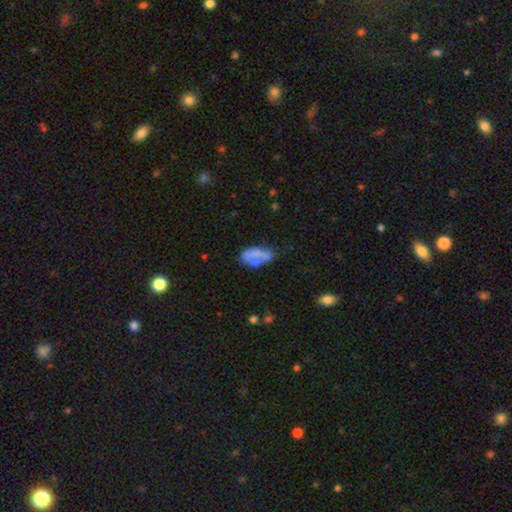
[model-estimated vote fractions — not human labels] Smooth or featured? Predicted: smooth (p=0.57). How rounded? Predicted: in between (p=0.90). Merging? Predicted: none (p=0.35).